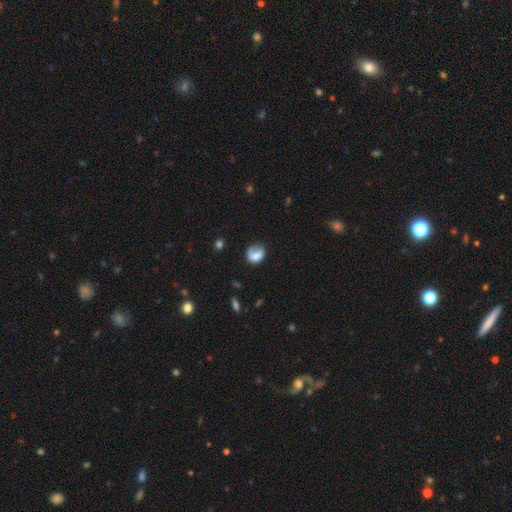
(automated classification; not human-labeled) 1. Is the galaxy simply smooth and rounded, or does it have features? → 68% smooth, 23% featured or disk, 8% star or artifact.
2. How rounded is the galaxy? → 60% round, 39% in between, 1% cigar-shaped.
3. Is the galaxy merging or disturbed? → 51% none, 26% minor disturbance, 19% major disturbance, 4% merger.